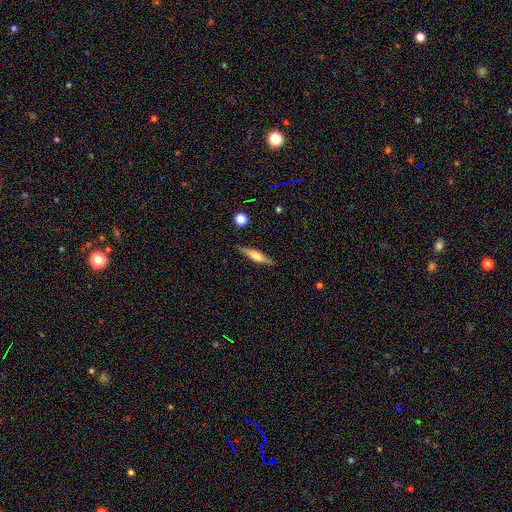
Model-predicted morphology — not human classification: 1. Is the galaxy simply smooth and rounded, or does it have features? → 51% featured or disk, 42% smooth, 7% star or artifact.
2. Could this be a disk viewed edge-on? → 95% yes, 5% no.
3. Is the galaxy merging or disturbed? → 88% none, 8% minor disturbance, 2% major disturbance, 1% merger.